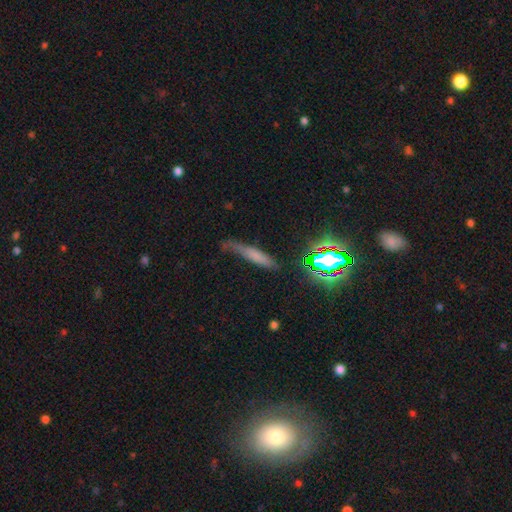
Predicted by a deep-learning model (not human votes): smooth 60%, featured or disk 23%, star or artifact 16%. Down the decision tree: how rounded — cigar-shaped (82%); merging — none (52%).